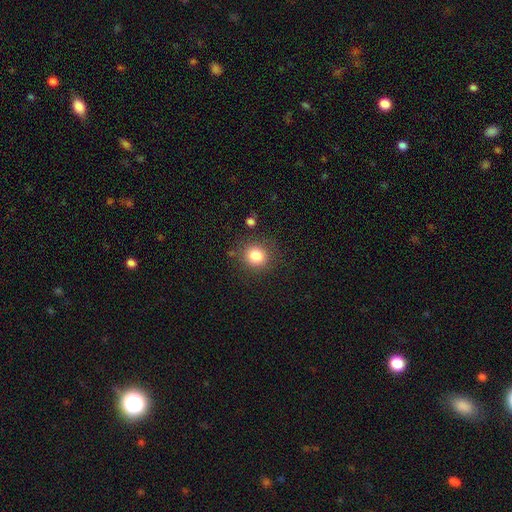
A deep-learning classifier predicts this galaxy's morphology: smooth_or_featured: smooth (p=0.83) [alt: star or artifact p=0.11]
how_rounded: round (p=0.82) [alt: in between p=0.17]
merging: none (p=0.82) [alt: minor disturbance p=0.11]